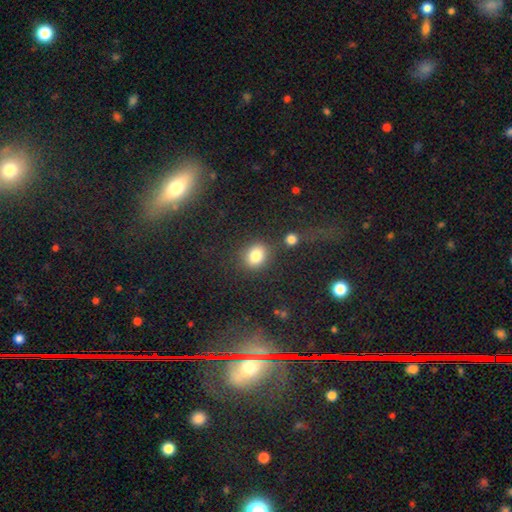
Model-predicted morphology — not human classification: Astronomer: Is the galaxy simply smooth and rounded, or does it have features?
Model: smooth — 82%.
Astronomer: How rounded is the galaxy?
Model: round — 57% (runner-up: in between, 42%).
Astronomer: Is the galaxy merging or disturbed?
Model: none — 75%.